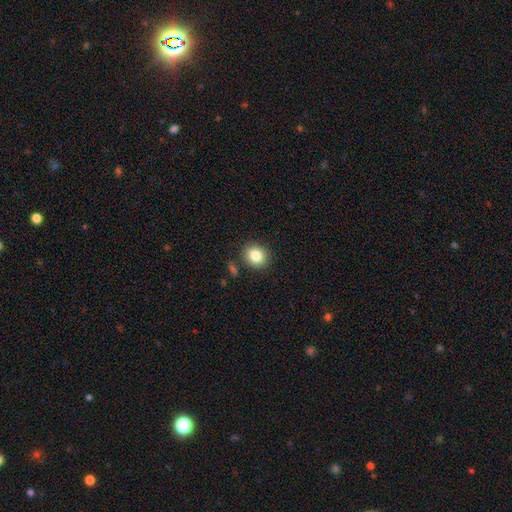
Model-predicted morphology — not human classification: Smooth or featured: smooth — 83% (star or artifact — 10%)
How rounded: round — 77% (in between — 22%)
Merging: none — 84% (minor disturbance — 9%)